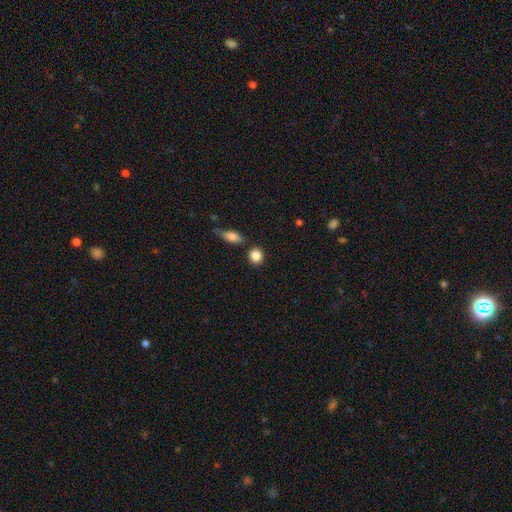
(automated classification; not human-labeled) Smooth or featured? smooth (86%)
How rounded? round (75%)
Merging? none (79%)